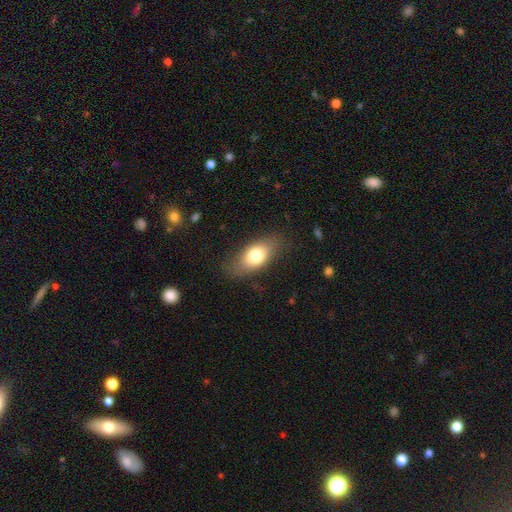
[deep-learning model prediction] smooth-or-featured: smooth: 74% | featured or disk: 19% | star or artifact: 8%
  how-rounded: in between: 85% | round: 8% | cigar-shaped: 7%
  merging: none: 77% | minor disturbance: 16% | major disturbance: 6% | merger: 1%